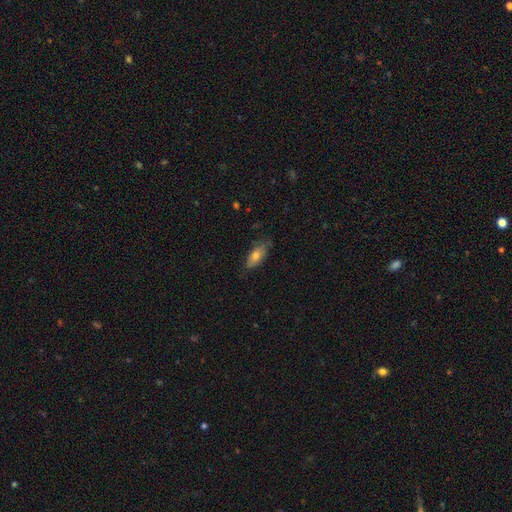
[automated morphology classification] type=smooth (69%); roundness=in between (81%); merging=none (70%).